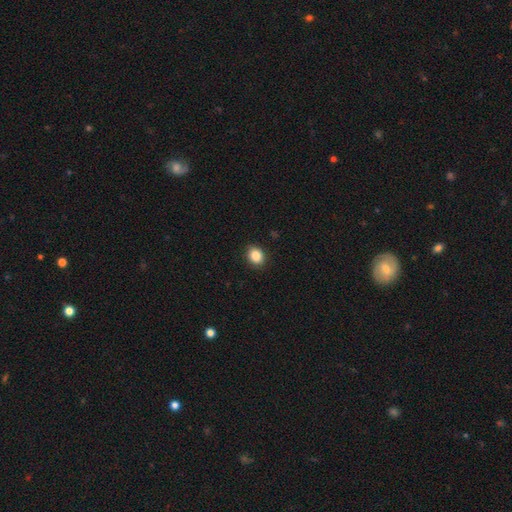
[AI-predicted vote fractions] Smooth or featured? Predicted: smooth (p=0.87). How rounded? Predicted: round (p=0.56). Merging? Predicted: none (p=0.90).